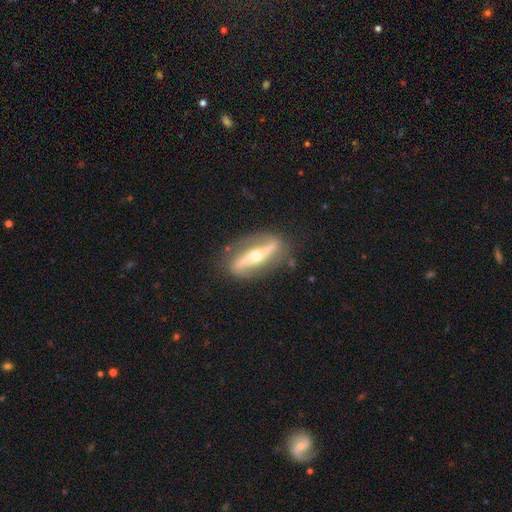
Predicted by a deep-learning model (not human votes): Smooth or featured? Predicted: featured or disk (p=0.83). Edge-on disk? Predicted: no (p=0.69). Bar? Predicted: strong (p=0.68). Spiral arms? Predicted: yes (p=0.80). Bulge size? Predicted: moderate (p=0.56). Merging? Predicted: none (p=0.82).